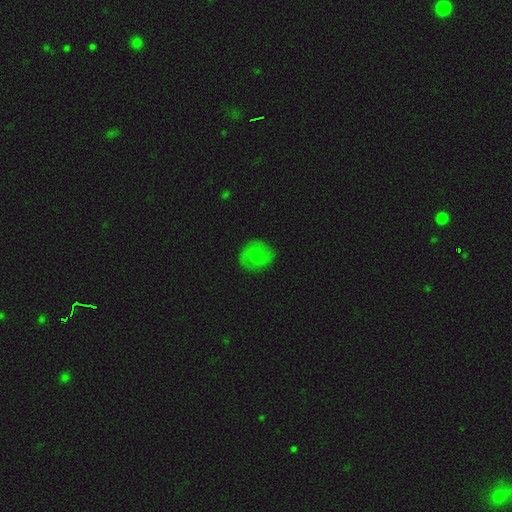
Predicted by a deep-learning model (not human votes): Smooth or featured?
  - smooth: 48% *
  - featured or disk: 43%
  - star or artifact: 10%
Merging?
  - none: 82% *
  - minor disturbance: 13%
  - major disturbance: 4%
  - merger: 1%